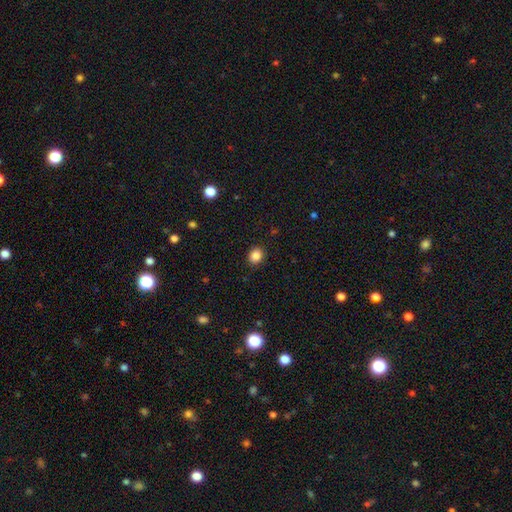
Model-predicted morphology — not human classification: A smooth galaxy with no disk features (86%) that is round (69%).

Vote fractions:
- Smooth or featured? smooth: 86% / star or artifact: 10% / featured or disk: 4%
- How rounded? round: 69% / in between: 30% / cigar-shaped: 1%
- Merging? none: 89% / minor disturbance: 7% / major disturbance: 2% / merger: 1%